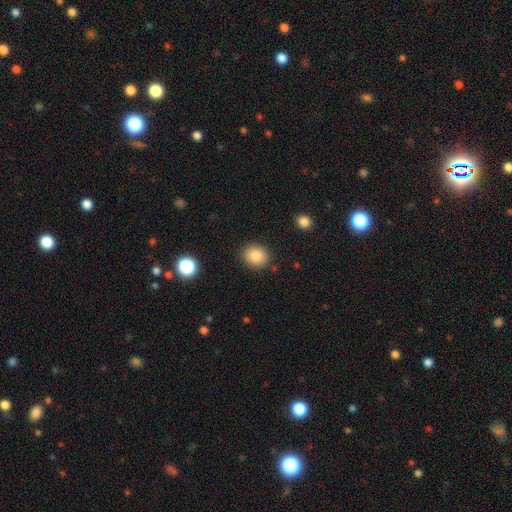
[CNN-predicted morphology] Smooth or featured? smooth (84%)
How rounded? round (70%)
Merging? none (88%)